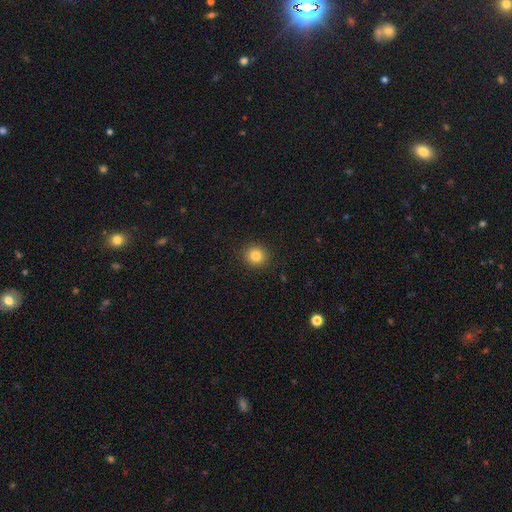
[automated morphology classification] smooth-or-featured: smooth: 84% | star or artifact: 11% | featured or disk: 5%
  how-rounded: round: 88% | in between: 12% | cigar-shaped: 1%
  merging: none: 91% | minor disturbance: 6% | major disturbance: 2% | merger: 1%